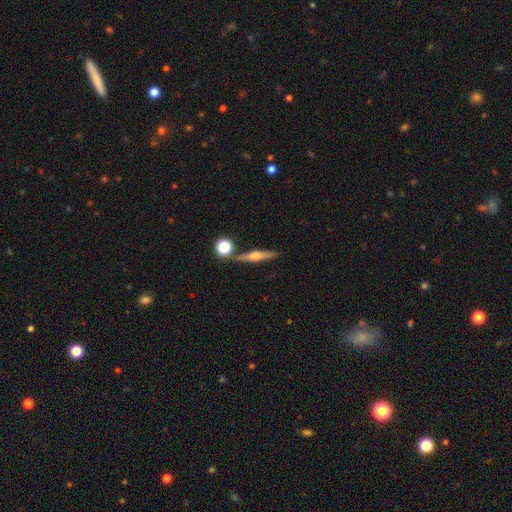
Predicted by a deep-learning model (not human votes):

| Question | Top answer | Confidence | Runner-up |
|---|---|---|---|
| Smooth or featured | featured or disk | 61% | smooth (31%) |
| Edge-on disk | yes | 95% | no (5%) |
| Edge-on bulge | rounded | 92% | boxy (4%) |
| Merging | none | 81% | minor disturbance (8%) |